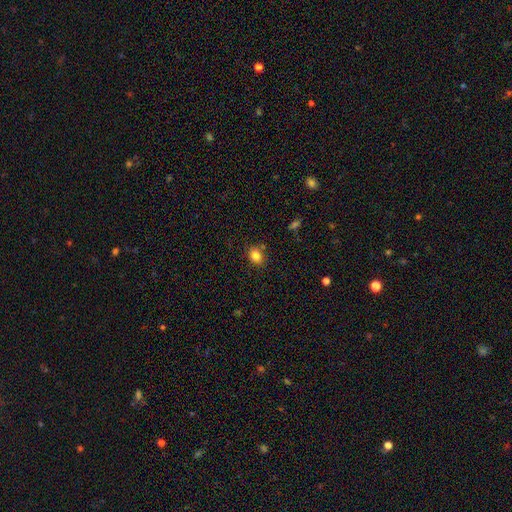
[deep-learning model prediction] smooth-or-featured: smooth: 84% | star or artifact: 10% | featured or disk: 6%
  how-rounded: in between: 59% | round: 40% | cigar-shaped: 1%
  merging: none: 79% | minor disturbance: 13% | merger: 5% | major disturbance: 3%